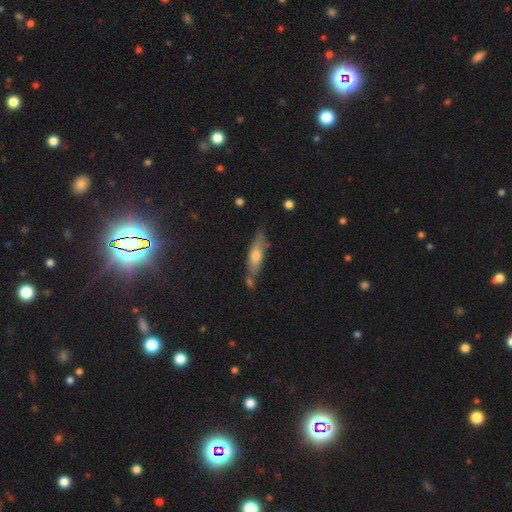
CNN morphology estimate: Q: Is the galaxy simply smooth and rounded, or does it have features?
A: smooth — 55%.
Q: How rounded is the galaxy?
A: cigar-shaped — 63%.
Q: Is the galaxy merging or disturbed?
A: none — 68%.